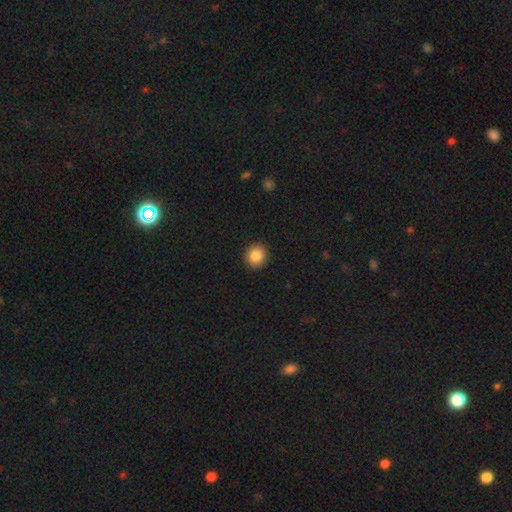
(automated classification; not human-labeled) Overall: smooth (86%). How rounded: round (90%). Merging: none (92%).